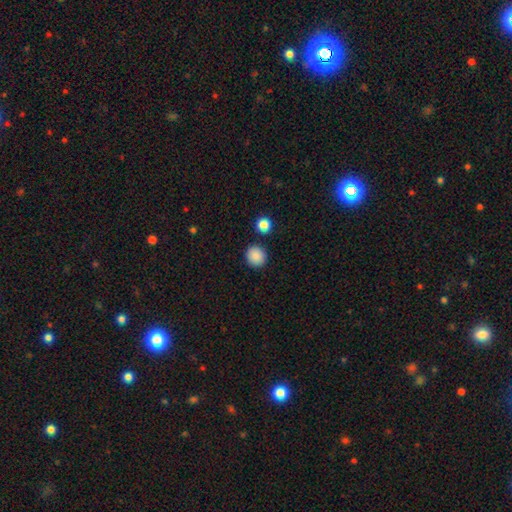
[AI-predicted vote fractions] The model was most divided on "how rounded": round: 88%, in between: 11%, cigar-shaped: 1%. More confident: merging — none (89%); smooth or featured — smooth (88%).